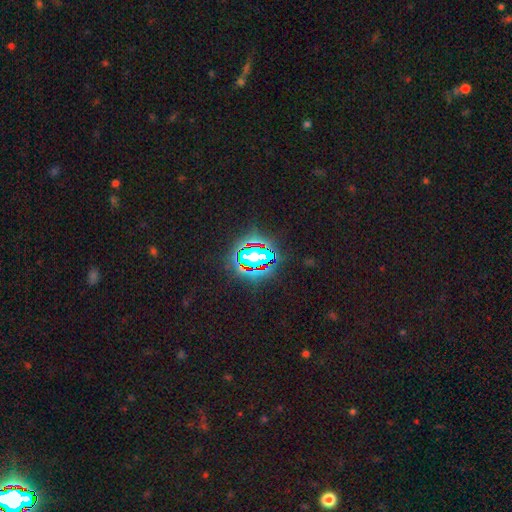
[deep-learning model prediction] A star or artifact, not a galaxy (80%).